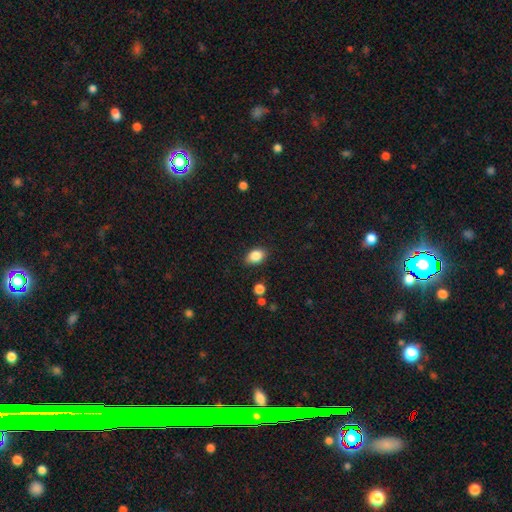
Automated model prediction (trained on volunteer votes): Overall: smooth (85%). How rounded: in between (78%). Merging: none (85%).